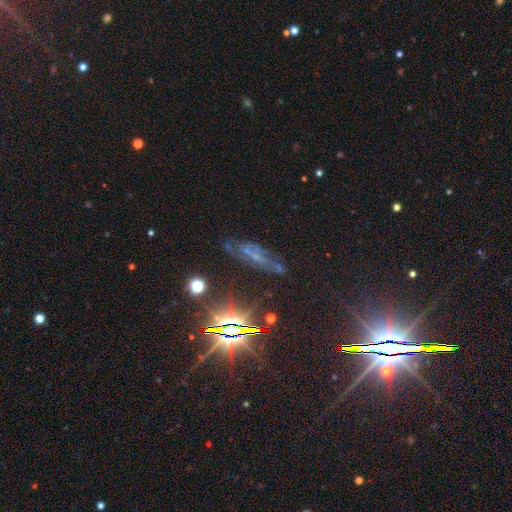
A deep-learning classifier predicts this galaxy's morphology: Smooth or featured?
  - star or artifact: 40% * (tied)
  - featured or disk: 40% * (tied)
  - smooth: 19%